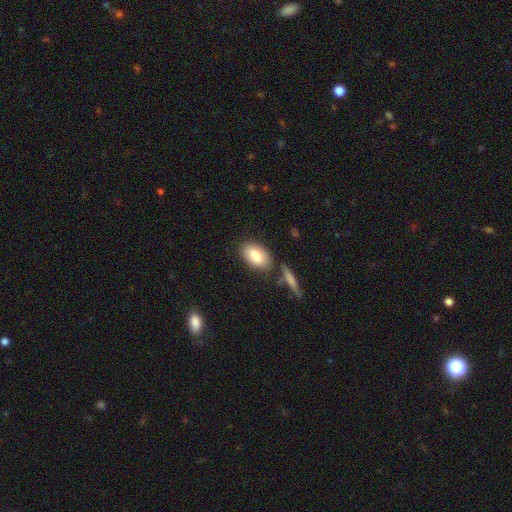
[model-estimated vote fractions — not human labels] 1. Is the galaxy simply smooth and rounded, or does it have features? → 82% smooth, 11% featured or disk, 7% star or artifact.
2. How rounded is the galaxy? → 90% in between, 8% round, 2% cigar-shaped.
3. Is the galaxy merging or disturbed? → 76% none, 12% minor disturbance, 8% merger, 3% major disturbance.